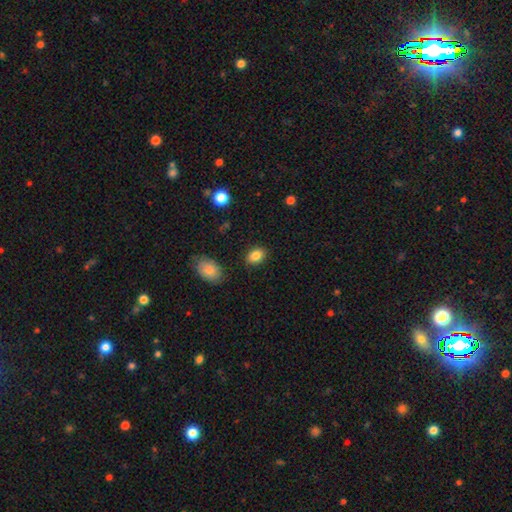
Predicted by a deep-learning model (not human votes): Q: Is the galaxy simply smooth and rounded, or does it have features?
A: smooth — 84%.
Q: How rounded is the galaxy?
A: in between — 76%.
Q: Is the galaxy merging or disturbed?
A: none — 87%.